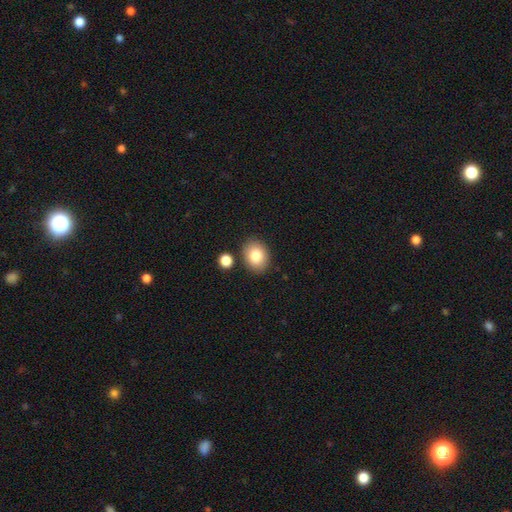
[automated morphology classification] This is clearly a smooth galaxy (83%). How rounded: possibly in between (56%). Merging: clearly none (84%).